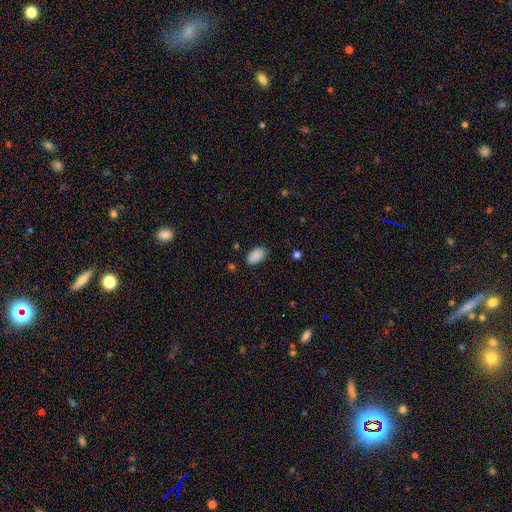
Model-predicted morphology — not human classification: Smooth or featured? smooth (89%)
How rounded? in between (94%)
Merging? none (85%)